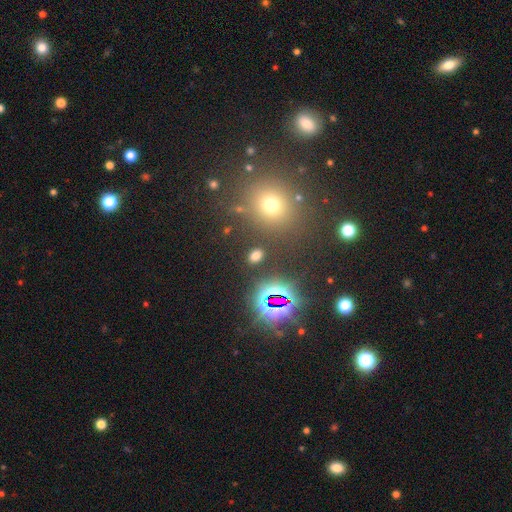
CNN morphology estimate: Smooth or featured? Predicted: smooth (p=0.61). How rounded? Predicted: in between (p=0.72). Merging? Predicted: none (p=0.86).